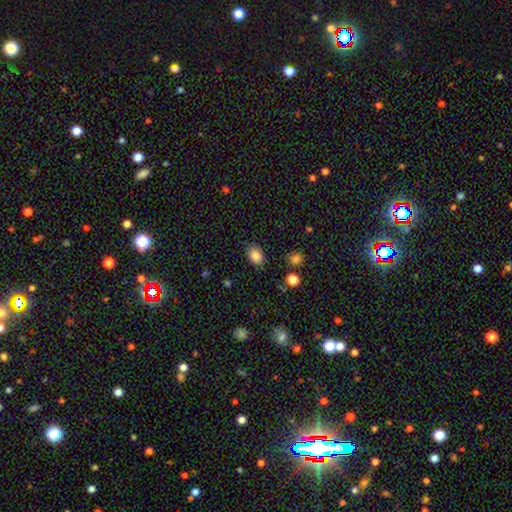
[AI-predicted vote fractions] Morphology: type=smooth (84%); roundness=in between (79%); merging=none (80%).